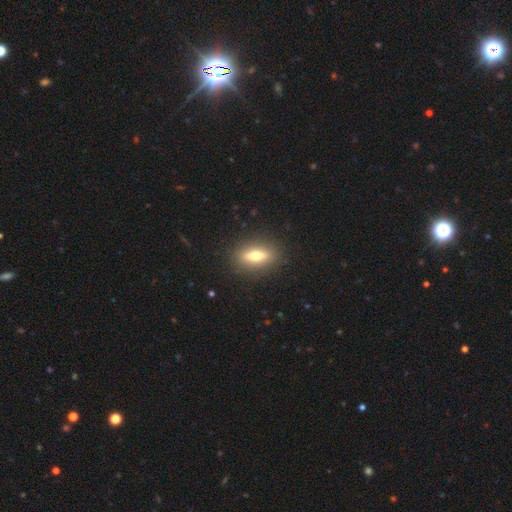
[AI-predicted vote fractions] Smooth or featured? Predicted: smooth (p=0.53). How rounded? Predicted: in between (p=0.58). Merging? Predicted: none (p=0.88).